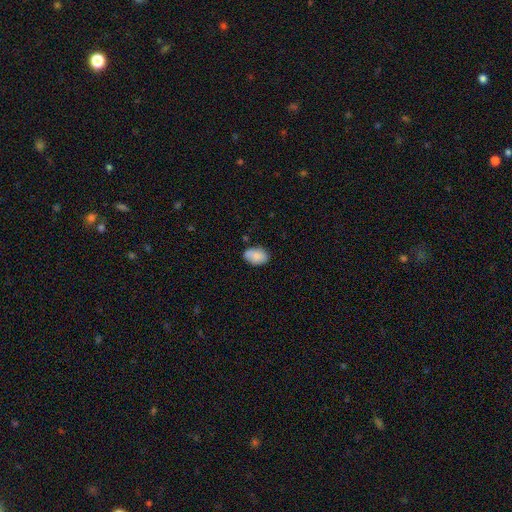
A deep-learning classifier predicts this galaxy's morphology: This is clearly a smooth galaxy (81%). How rounded: clearly in between (85%). Merging: likely none (73%).